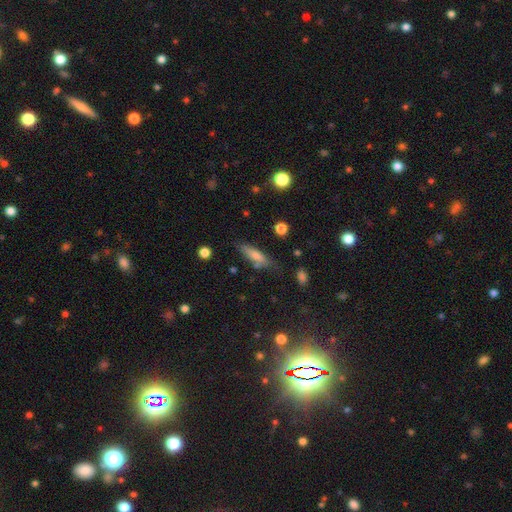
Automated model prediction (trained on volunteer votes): Smooth or featured? Predicted: smooth (p=0.66). How rounded? Predicted: cigar-shaped (p=0.61). Merging? Predicted: none (p=0.74).